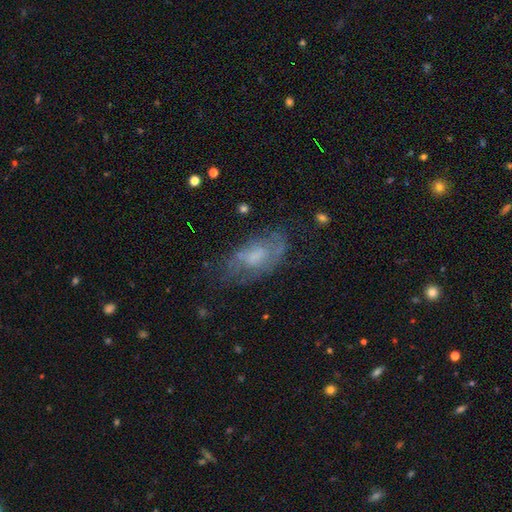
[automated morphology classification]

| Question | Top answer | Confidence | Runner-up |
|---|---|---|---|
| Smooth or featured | featured or disk | 53% | smooth (37%) |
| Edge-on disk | no | 91% | yes (9%) |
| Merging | none | 55% | minor disturbance (25%) |